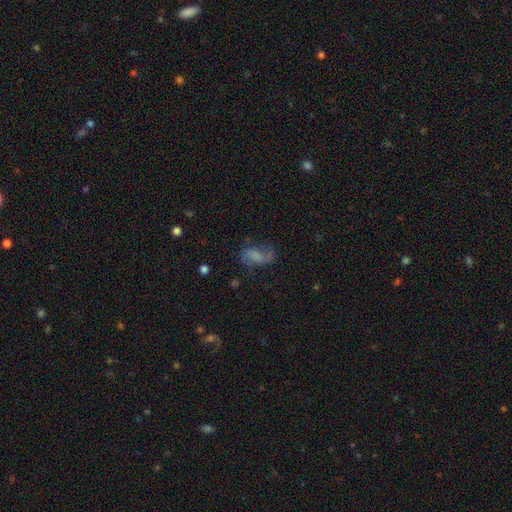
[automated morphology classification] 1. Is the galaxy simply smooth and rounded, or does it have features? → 53% featured or disk, 34% smooth, 13% star or artifact.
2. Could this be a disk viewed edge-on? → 96% no, 4% yes.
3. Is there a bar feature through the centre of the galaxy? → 46% no, 38% weak, 16% strong.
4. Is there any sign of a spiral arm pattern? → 83% yes, 17% no.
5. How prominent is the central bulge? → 55% none, 17% small, 14% moderate, 11% large, 3% dominant.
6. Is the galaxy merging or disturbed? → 54% none, 22% minor disturbance, 21% major disturbance, 4% merger.